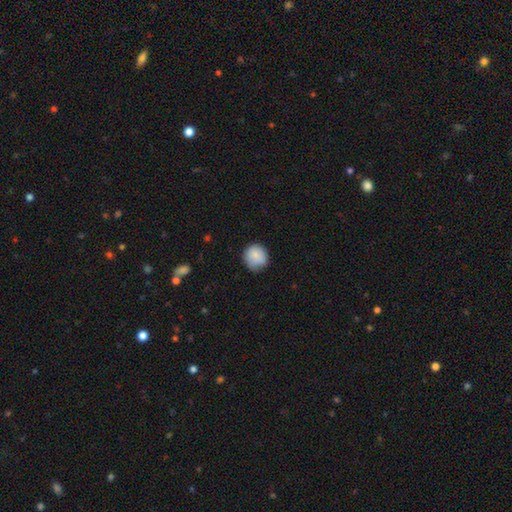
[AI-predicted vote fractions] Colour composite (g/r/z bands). It shows a smooth galaxy with no disk features (86%) that is round (87%). Merging: none (72%).